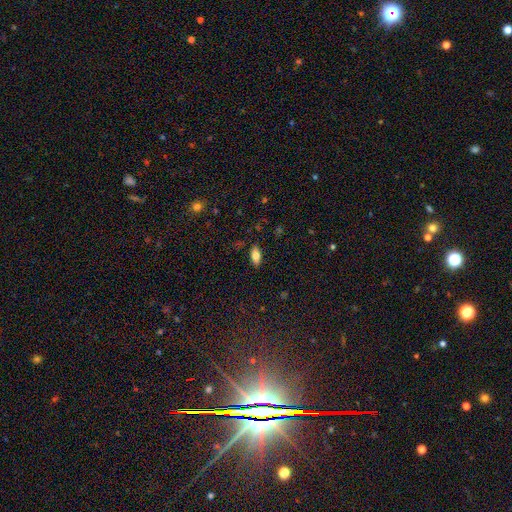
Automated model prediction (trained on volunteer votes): This is likely a smooth galaxy (74%). How rounded: clearly in between (86%). Merging: clearly none (87%).